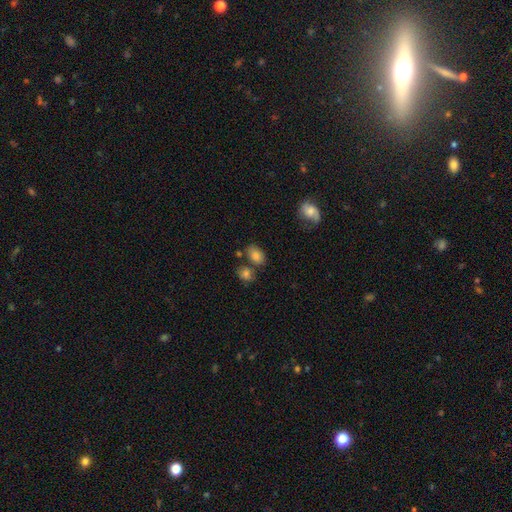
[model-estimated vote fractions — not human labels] This appears to be a smooth galaxy with no disk features (80%) that is in between round and cigar-shaped (81%). Merging: none (63%).